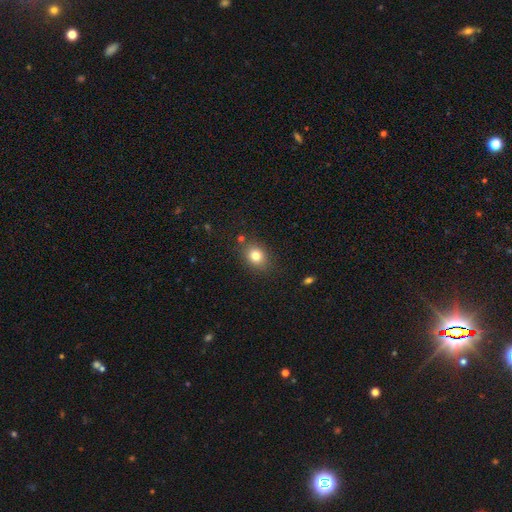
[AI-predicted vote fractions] Morphology: type=smooth (80%); roundness=round (51%); merging=none (81%).